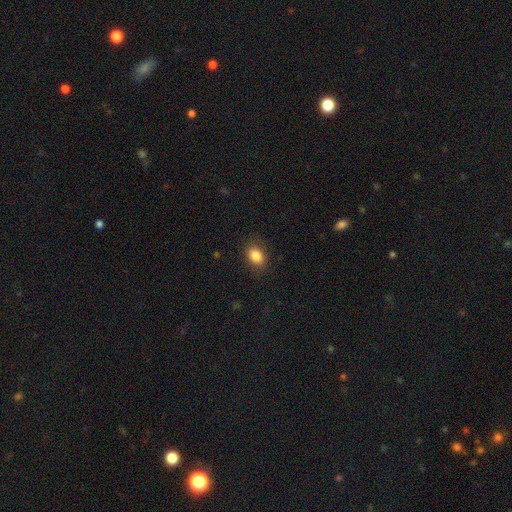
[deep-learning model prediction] Morphology: type=smooth (85%); roundness=in between (72%); merging=none (85%).